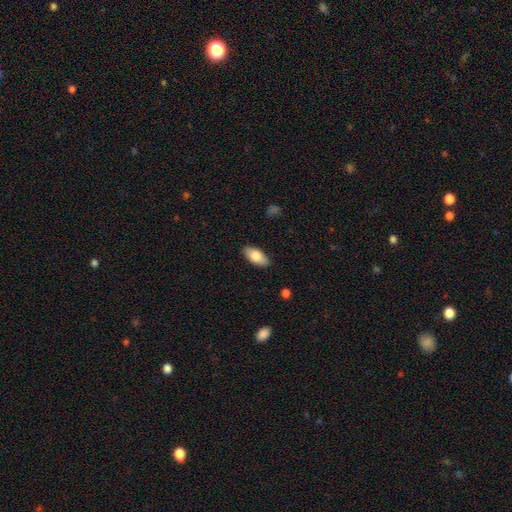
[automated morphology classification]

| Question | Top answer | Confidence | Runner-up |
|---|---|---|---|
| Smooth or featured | smooth | 79% | featured or disk (15%) |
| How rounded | in between | 91% | cigar-shaped (7%) |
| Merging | none | 87% | minor disturbance (10%) |